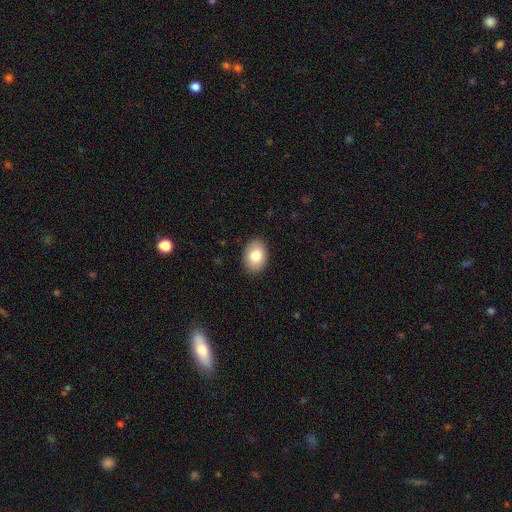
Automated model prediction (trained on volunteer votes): Smooth or featured? Predicted: smooth (p=0.83). How rounded? Predicted: in between (p=0.80). Merging? Predicted: none (p=0.89).